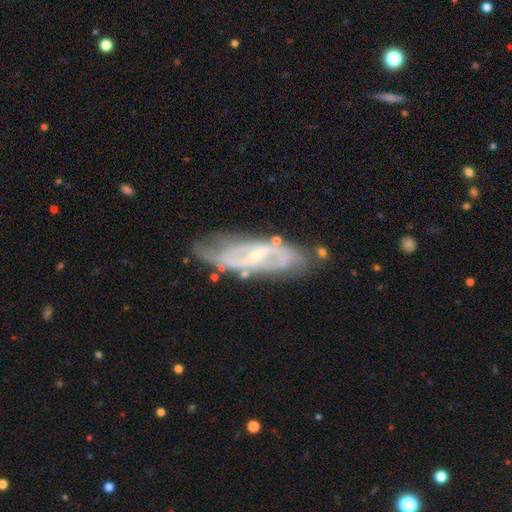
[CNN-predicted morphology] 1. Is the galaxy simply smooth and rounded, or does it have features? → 82% featured or disk, 12% smooth, 6% star or artifact.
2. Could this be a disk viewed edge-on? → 85% no, 15% yes.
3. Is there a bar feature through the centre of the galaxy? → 43% weak, 30% no, 26% strong.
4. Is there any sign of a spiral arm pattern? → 88% yes, 12% no.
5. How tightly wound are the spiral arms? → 42% medium, 35% tight, 23% loose.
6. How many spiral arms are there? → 57% 2, 27% can't tell, 7% 3, 3% 4, 3% 1, 3% more than 4.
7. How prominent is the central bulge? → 78% small, 16% moderate, 4% none, 1% large, 1% dominant.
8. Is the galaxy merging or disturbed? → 70% none, 20% minor disturbance, 7% major disturbance, 3% merger.